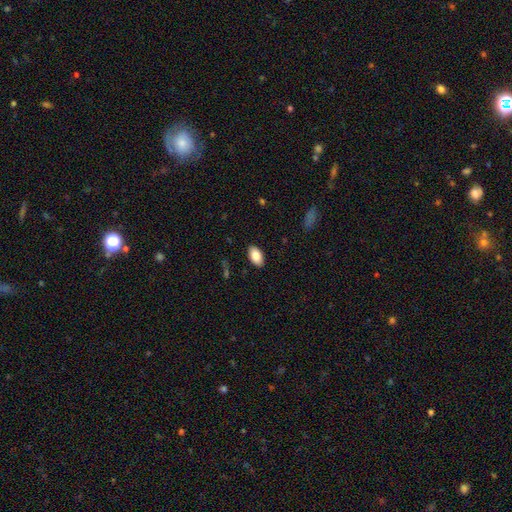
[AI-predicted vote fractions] smooth-or-featured: smooth: 84% | featured or disk: 9% | star or artifact: 7%
  how-rounded: in between: 94% | round: 4% | cigar-shaped: 2%
  merging: none: 88% | minor disturbance: 9% | major disturbance: 2% | merger: 1%